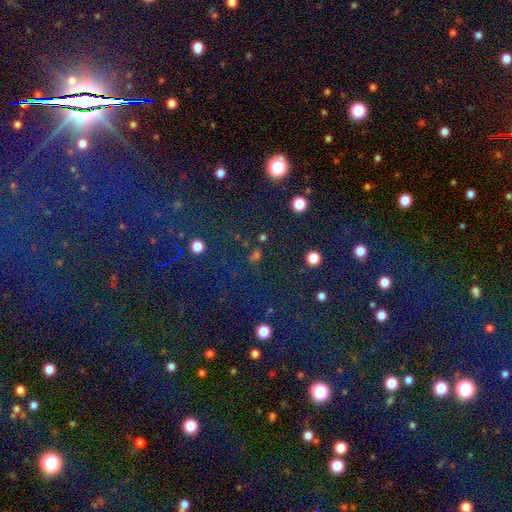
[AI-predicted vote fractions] Smooth or featured: star or artifact — 58% (smooth — 33%)